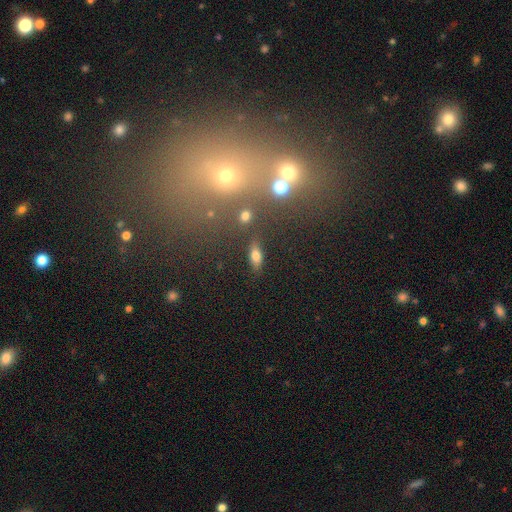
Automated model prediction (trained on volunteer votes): Morphology: type=smooth (70%); roundness=in between (73%); merging=none (80%).